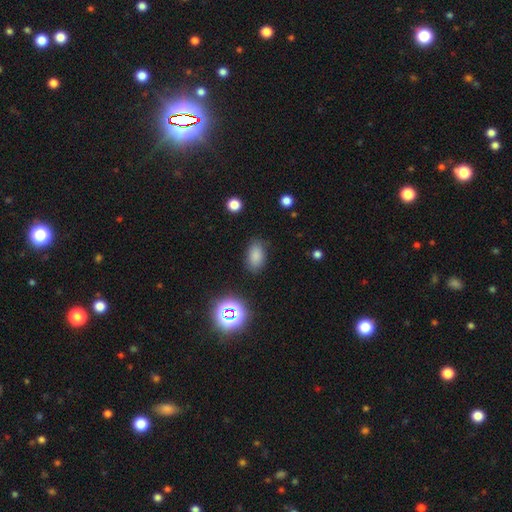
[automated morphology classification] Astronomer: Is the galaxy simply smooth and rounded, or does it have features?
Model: smooth — 81%.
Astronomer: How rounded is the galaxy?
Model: in between — 90%.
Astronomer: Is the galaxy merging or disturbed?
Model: none — 81%.